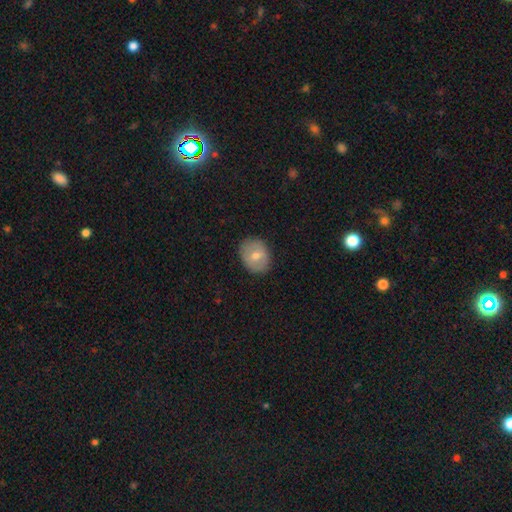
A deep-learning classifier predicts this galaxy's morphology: Smooth or featured?
  - smooth: 63% *
  - featured or disk: 29%
  - star or artifact: 7%
How rounded?
  - round: 52% *
  - in between: 47%
  - cigar-shaped: 1%
Merging?
  - none: 85% *
  - minor disturbance: 11%
  - major disturbance: 3%
  - merger: 1%